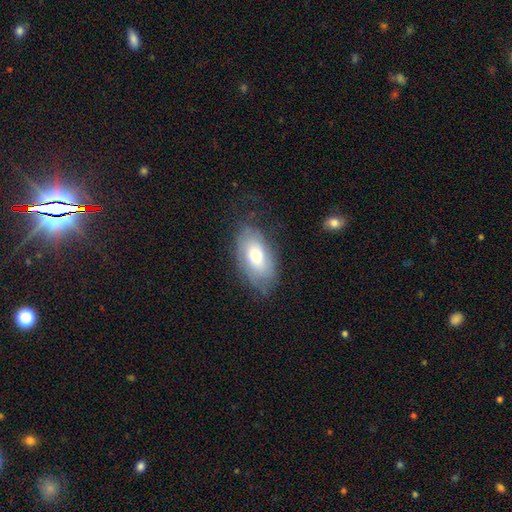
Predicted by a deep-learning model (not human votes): smooth-or-featured: smooth: 56% | featured or disk: 36% | star or artifact: 8%
  how-rounded: in between: 93% | round: 4% | cigar-shaped: 3%
  merging: none: 63% | minor disturbance: 25% | major disturbance: 11% | merger: 1%